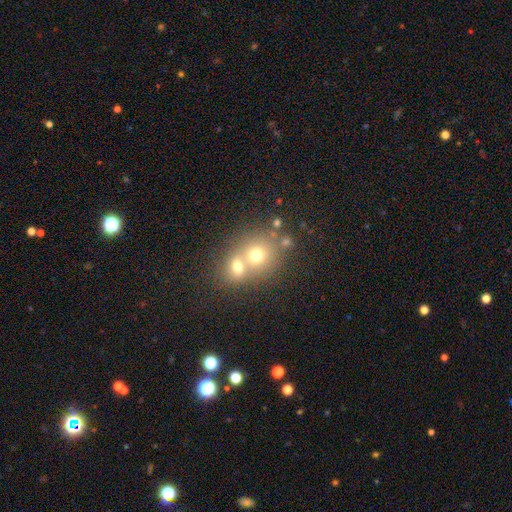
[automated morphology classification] Smooth or featured: smooth — 66% (featured or disk — 19%)
How rounded: round — 74% (in between — 25%)
Merging: merger — 58% (none — 33%)